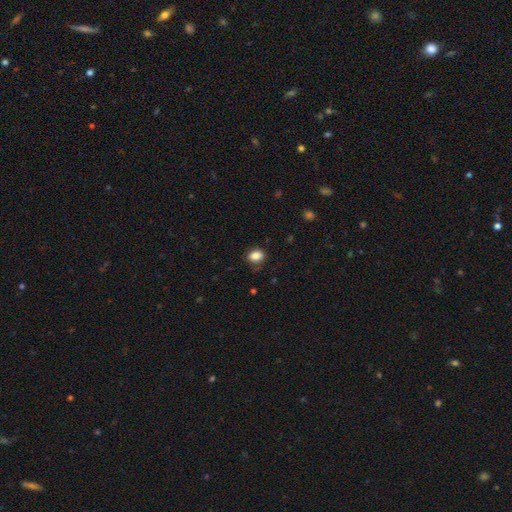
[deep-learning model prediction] Smooth or featured? Predicted: smooth (p=0.85). How rounded? Predicted: in between (p=0.67). Merging? Predicted: none (p=0.76).